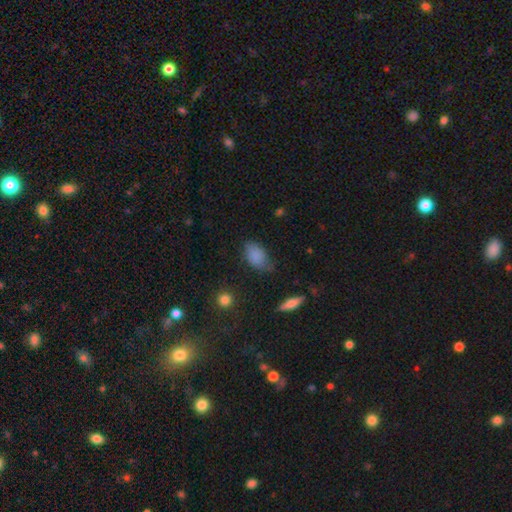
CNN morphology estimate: Smooth or featured? Predicted: smooth (p=0.83). How rounded? Predicted: in between (p=0.90). Merging? Predicted: none (p=0.57).